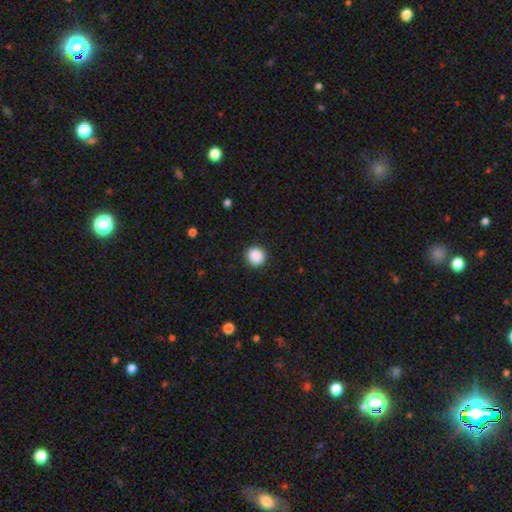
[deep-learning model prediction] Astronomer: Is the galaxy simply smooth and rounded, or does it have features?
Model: smooth — 89%.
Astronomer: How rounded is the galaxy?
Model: round — 94%.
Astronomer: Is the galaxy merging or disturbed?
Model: none — 91%.